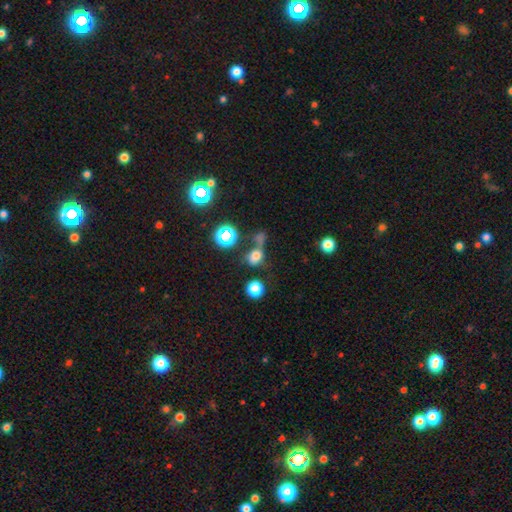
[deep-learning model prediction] Q: Smooth or featured?
A: smooth (64%); runner-up: star or artifact (24%)
Q: How rounded?
A: round (57%); runner-up: in between (40%)
Q: Merging?
A: none (41%); runner-up: merger (33%)